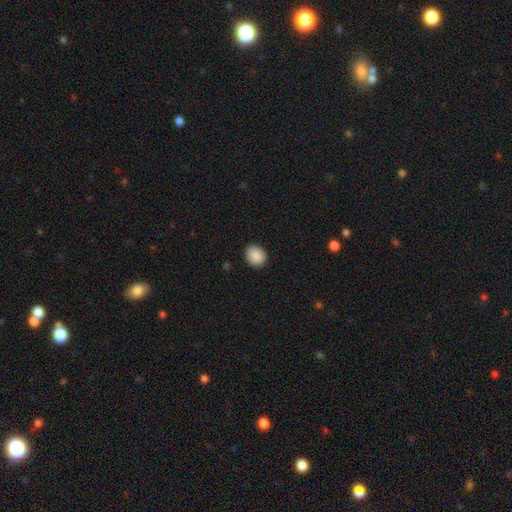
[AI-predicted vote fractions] smooth 90%, star or artifact 8%, featured or disk 3%. Down the decision tree: how rounded — round (65%); merging — none (89%).